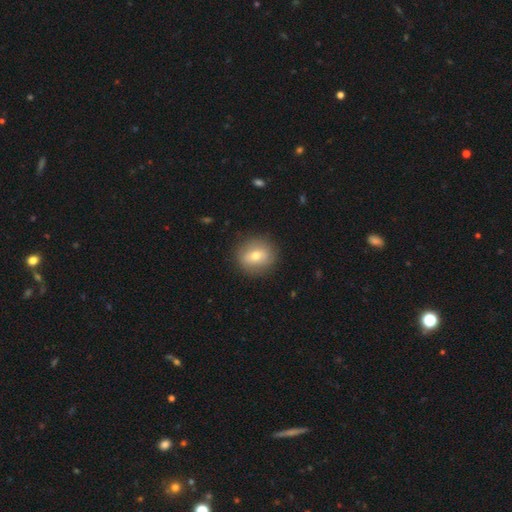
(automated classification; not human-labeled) Overall: smooth (64%; featured or disk 26%). How rounded: round (75%). Merging: none (87%).